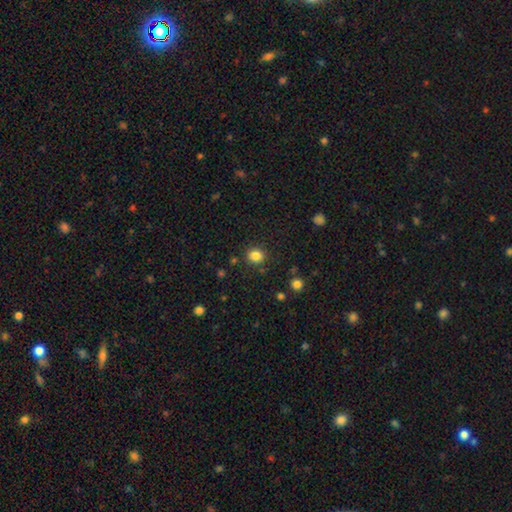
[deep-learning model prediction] Q: Smooth or featured?
A: smooth (84%); runner-up: star or artifact (12%)
Q: How rounded?
A: round (76%); runner-up: in between (24%)
Q: Merging?
A: none (87%); runner-up: minor disturbance (8%)